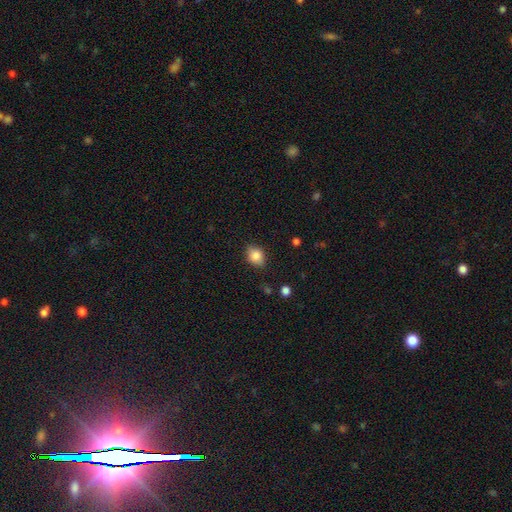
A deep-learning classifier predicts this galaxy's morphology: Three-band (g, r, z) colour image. It shows a smooth galaxy with no disk features (82%) that is in between round and cigar-shaped (58%). Merging: none (80%).